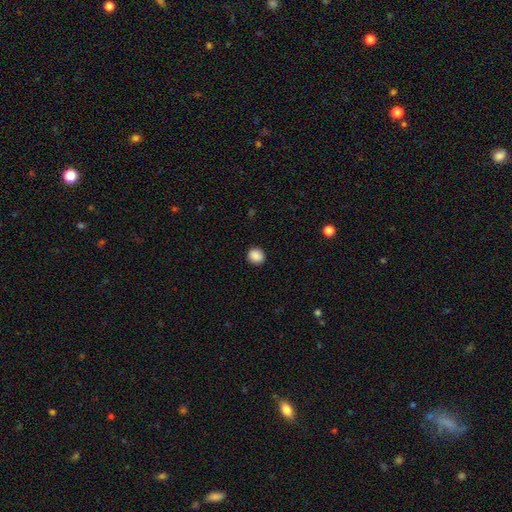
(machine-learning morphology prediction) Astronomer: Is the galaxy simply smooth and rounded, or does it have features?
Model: smooth — 89%.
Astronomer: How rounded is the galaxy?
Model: round — 86%.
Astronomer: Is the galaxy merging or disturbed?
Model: none — 91%.